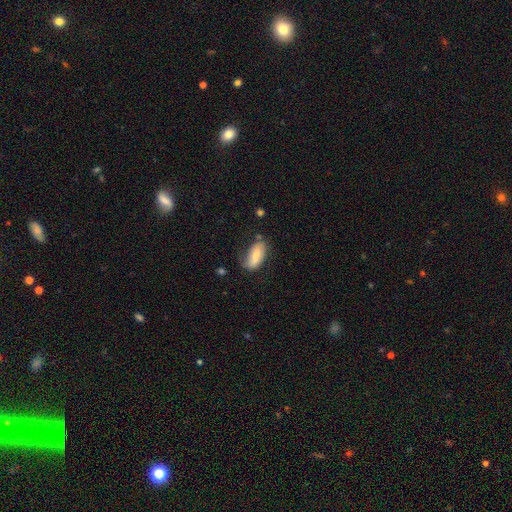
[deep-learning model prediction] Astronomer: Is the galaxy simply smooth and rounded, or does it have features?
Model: smooth — 64%.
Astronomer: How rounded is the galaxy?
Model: in between — 88%.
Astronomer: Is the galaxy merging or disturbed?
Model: none — 56%.